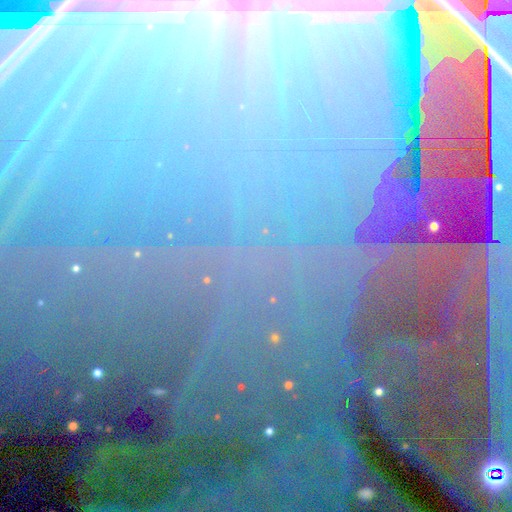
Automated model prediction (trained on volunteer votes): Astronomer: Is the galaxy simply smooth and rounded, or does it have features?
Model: star or artifact — 80%.